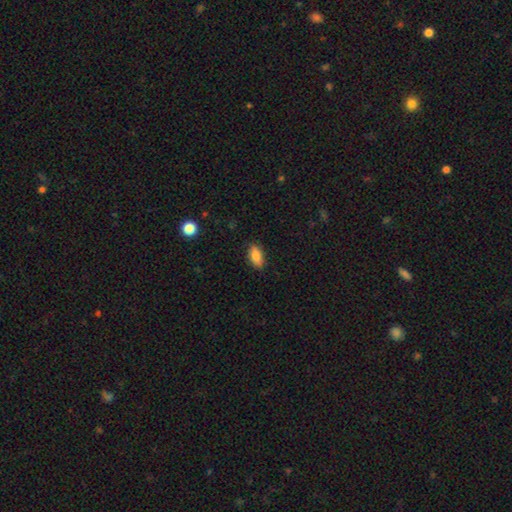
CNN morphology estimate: smooth-or-featured: smooth: 86% | star or artifact: 7% | featured or disk: 6%
  how-rounded: in between: 89% | cigar-shaped: 8% | round: 4%
  merging: none: 86% | minor disturbance: 11% | major disturbance: 2% | merger: 1%